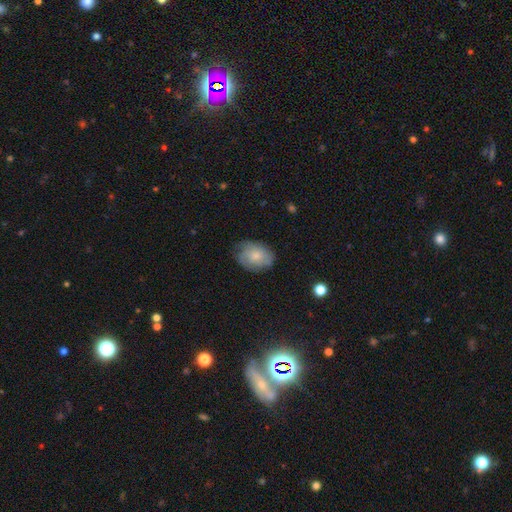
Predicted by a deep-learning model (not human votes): The model was most divided on "merging": none: 64%, minor disturbance: 27%, major disturbance: 7%, merger: 1%. More confident: how rounded — in between (76%); smooth or featured — smooth (70%).